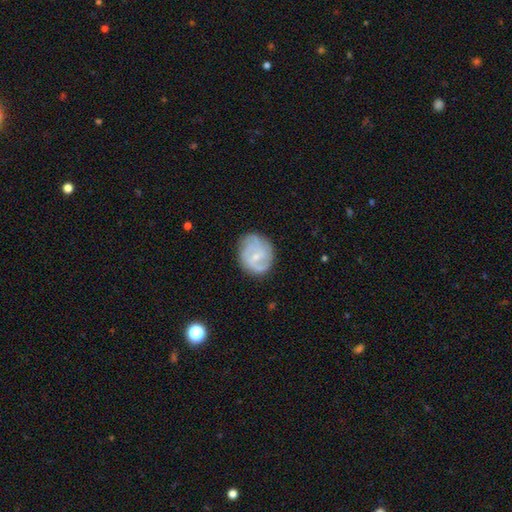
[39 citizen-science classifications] A featured or disk galaxy (64%) with a weak bar (72%), 2 (60%) tight (40%) spiral arms (80%) and a small central bulge (72%). Merging: none (57%).